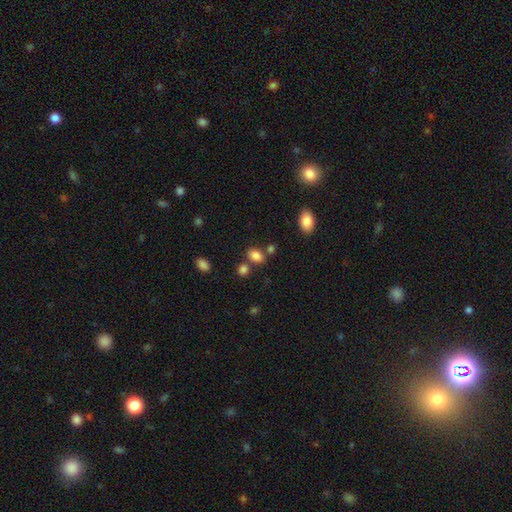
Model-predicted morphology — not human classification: Q: Smooth or featured?
A: smooth (84%); runner-up: star or artifact (11%)
Q: How rounded?
A: in between (79%); runner-up: round (19%)
Q: Merging?
A: none (65%); runner-up: merger (17%)